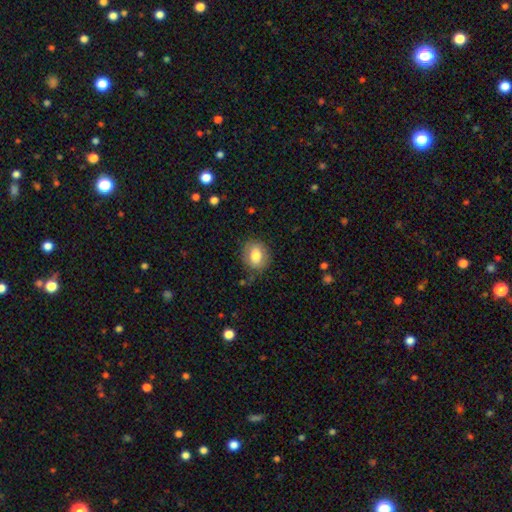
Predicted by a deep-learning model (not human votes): This is likely a smooth galaxy (77%). How rounded: possibly round (58%). Merging: likely none (79%).